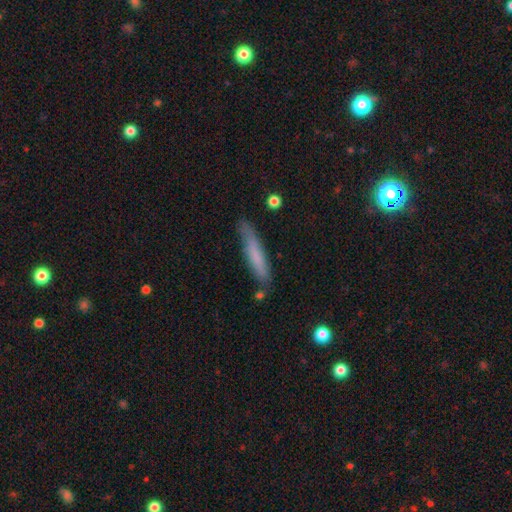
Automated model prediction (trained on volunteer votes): Overall: smooth (69%). How rounded: cigar-shaped (90%). Merging: none (77%).